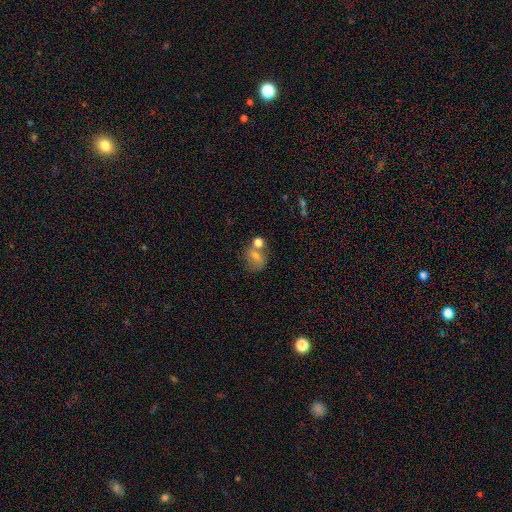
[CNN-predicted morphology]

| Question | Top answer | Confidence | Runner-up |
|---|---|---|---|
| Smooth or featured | smooth | 64% | featured or disk (21%) |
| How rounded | round | 61% | in between (38%) |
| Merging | none | 40% | merger (32%) |